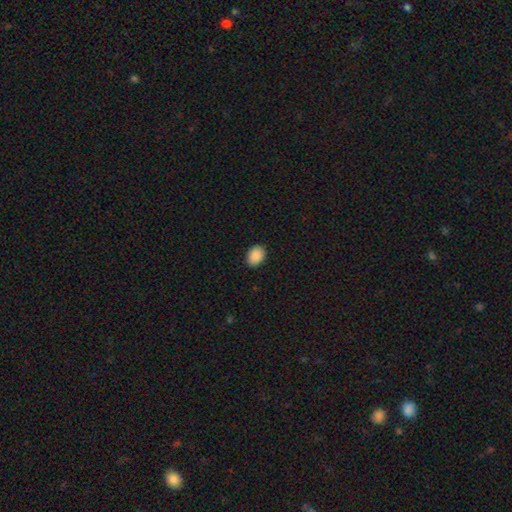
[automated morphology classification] The model was most divided on "how rounded": in between: 69%, round: 31%, cigar-shaped: 1%. More confident: merging — none (89%); smooth or featured — smooth (89%).